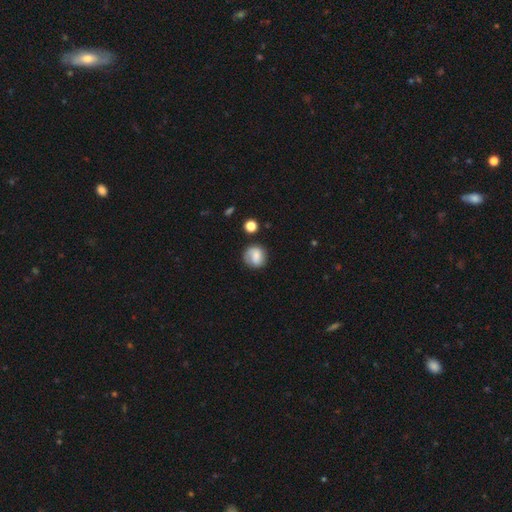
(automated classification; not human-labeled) Q: Smooth or featured?
A: smooth (65%); runner-up: featured or disk (27%)
Q: How rounded?
A: round (82%); runner-up: in between (17%)
Q: Merging?
A: none (69%); runner-up: minor disturbance (19%)